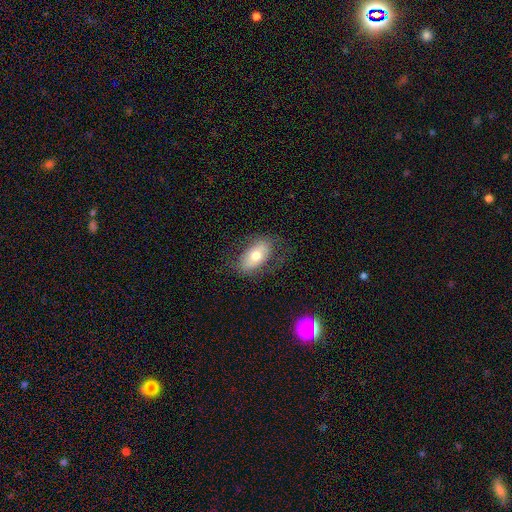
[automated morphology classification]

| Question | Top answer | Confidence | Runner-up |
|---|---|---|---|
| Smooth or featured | smooth | 62% | featured or disk (30%) |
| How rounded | in between | 91% | round (6%) |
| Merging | none | 73% | minor disturbance (17%) |